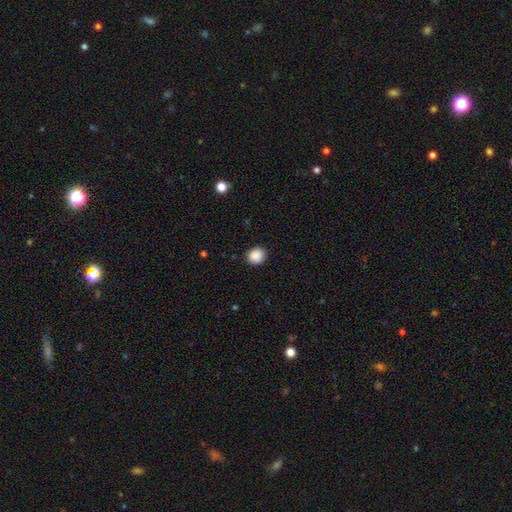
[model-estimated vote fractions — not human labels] Q: Smooth or featured?
A: smooth (89%); runner-up: star or artifact (9%)
Q: How rounded?
A: round (84%); runner-up: in between (15%)
Q: Merging?
A: none (89%); runner-up: minor disturbance (8%)